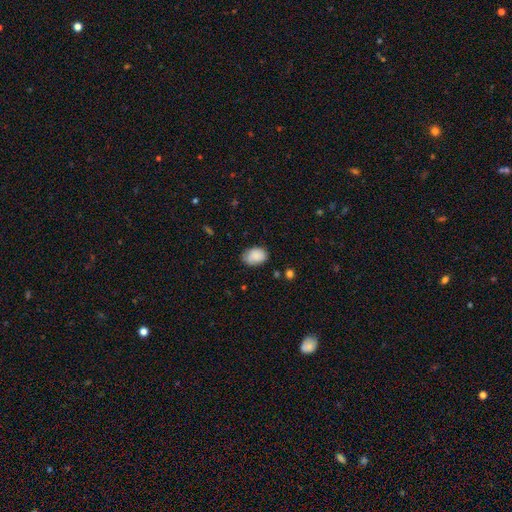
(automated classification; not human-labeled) Q: Smooth or featured?
A: smooth (86%); runner-up: star or artifact (7%)
Q: How rounded?
A: in between (78%); runner-up: round (21%)
Q: Merging?
A: none (72%); runner-up: minor disturbance (22%)